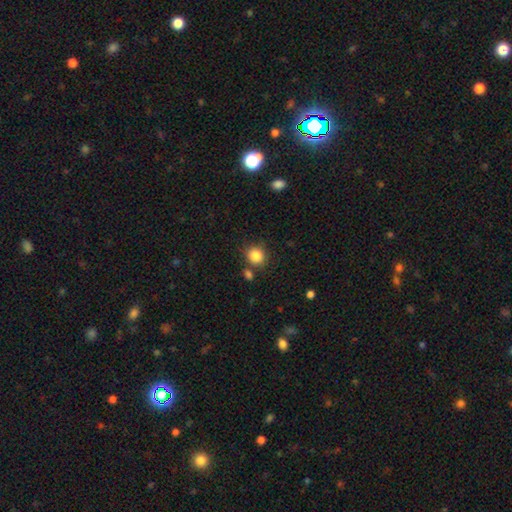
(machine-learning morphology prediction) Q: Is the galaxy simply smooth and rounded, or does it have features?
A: smooth — 86%.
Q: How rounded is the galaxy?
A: round — 82%.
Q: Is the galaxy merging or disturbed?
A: none — 77%.